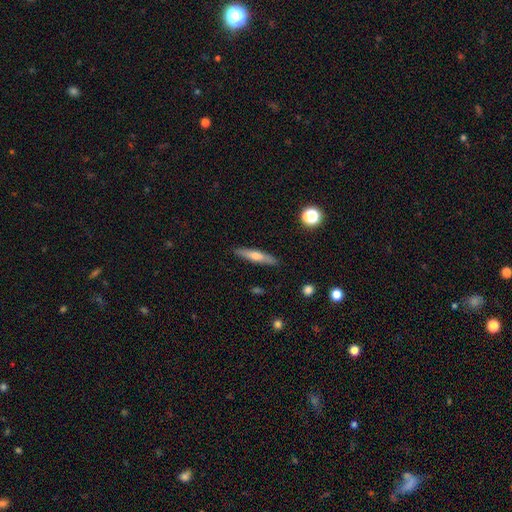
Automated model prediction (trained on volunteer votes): This is possibly a smooth galaxy (53%). How rounded: clearly cigar-shaped (82%). Merging: clearly none (89%).